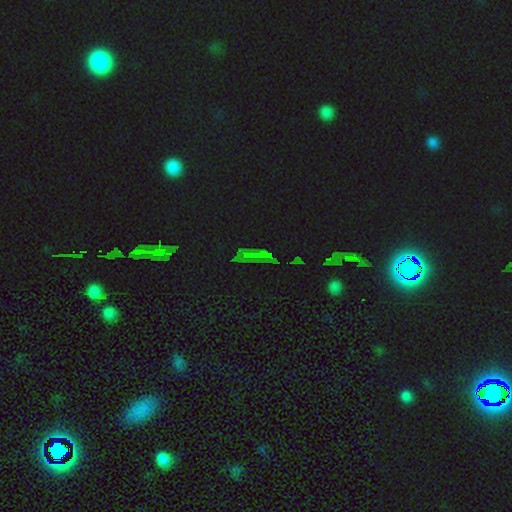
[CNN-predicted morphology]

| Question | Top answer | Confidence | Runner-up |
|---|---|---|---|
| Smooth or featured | star or artifact | 61% | smooth (27%) |